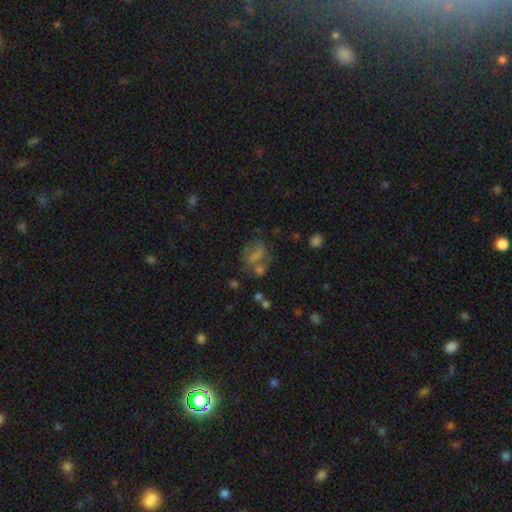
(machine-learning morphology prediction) smooth-or-featured: smooth: 43% | star or artifact: 30% | featured or disk: 28%
  merging: none: 45% | minor disturbance: 19% | merger: 19% | major disturbance: 18%